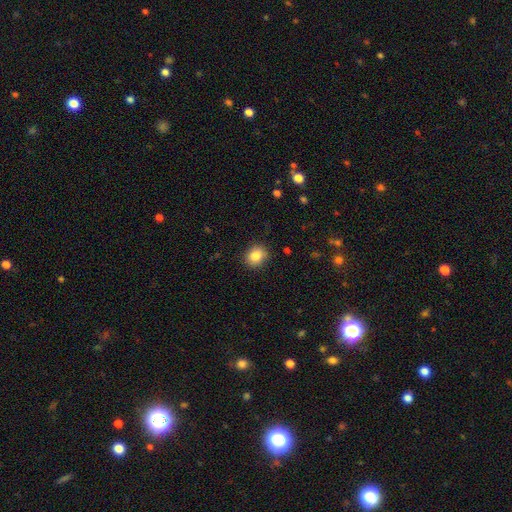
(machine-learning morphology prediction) smooth-or-featured: smooth: 85% | star or artifact: 10% | featured or disk: 6%
  how-rounded: round: 67% | in between: 32% | cigar-shaped: 1%
  merging: none: 88% | minor disturbance: 9% | major disturbance: 2% | merger: 1%